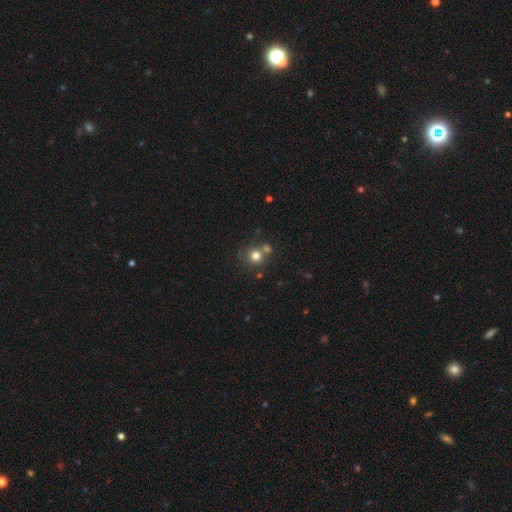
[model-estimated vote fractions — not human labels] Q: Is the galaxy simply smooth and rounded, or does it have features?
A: smooth — 76%.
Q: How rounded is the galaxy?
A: round — 90%.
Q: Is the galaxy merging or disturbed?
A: none — 61%.